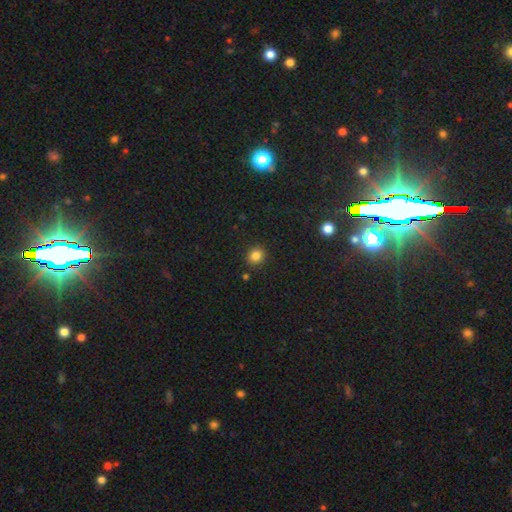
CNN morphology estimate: Overall: smooth (83%). How rounded: round (78%). Merging: none (88%).